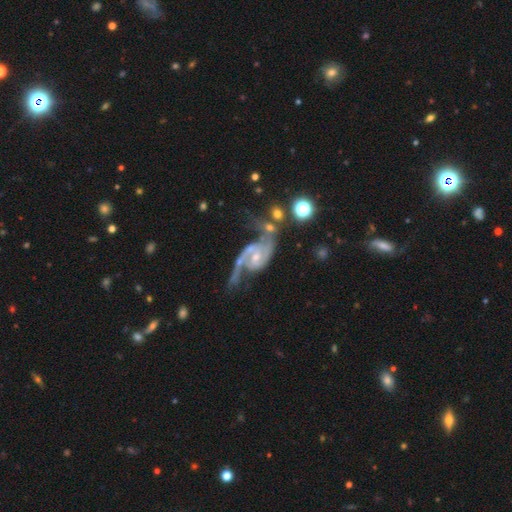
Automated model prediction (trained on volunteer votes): smooth_or_featured: featured or disk (p=0.91) [alt: star or artifact p=0.05]
disk_edge_on: no (p=0.98) [alt: yes p=0.02]
bar: weak (p=0.43) [alt: no p=0.42]
has_spiral_arms: yes (p=0.97) [alt: no p=0.03]
spiral_winding: medium (p=0.52) [alt: loose p=0.33]
spiral_arm_count: 2 (p=0.90) [alt: can't tell p=0.03]
bulge_size: small (p=0.58) [alt: moderate p=0.36]
merging: none (p=0.41) [alt: major disturbance p=0.24]